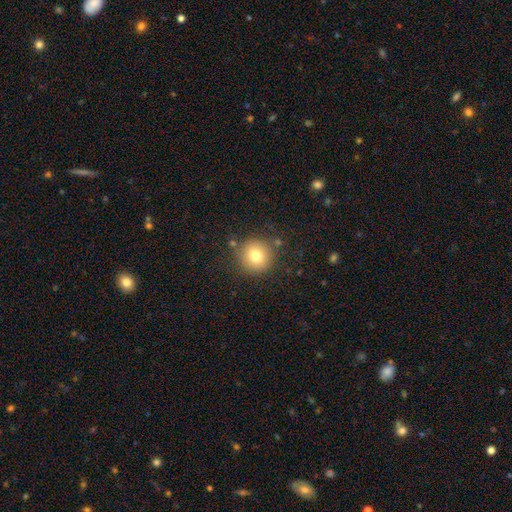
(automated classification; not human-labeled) Smooth or featured: smooth — 78% (star or artifact — 12%)
How rounded: round — 92% (in between — 7%)
Merging: none — 83% (minor disturbance — 10%)